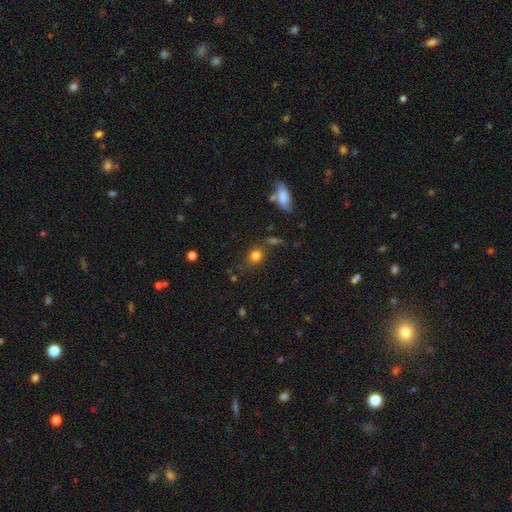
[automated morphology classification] smooth_or_featured: smooth (p=0.81) [alt: star or artifact p=0.12]
how_rounded: round (p=0.73) [alt: in between p=0.26]
merging: none (p=0.75) [alt: minor disturbance p=0.13]